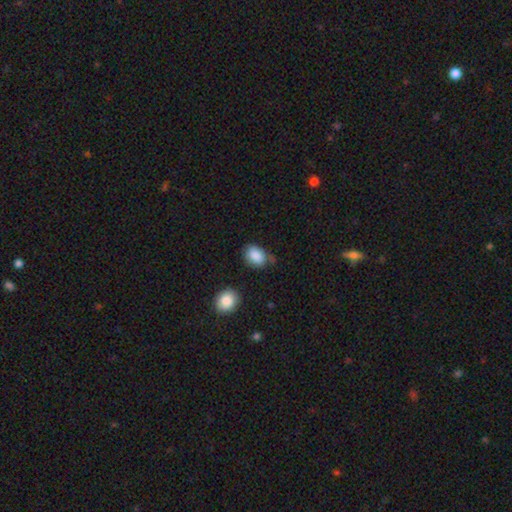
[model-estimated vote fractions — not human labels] This appears to be a smooth galaxy with no disk features (88%) that is in between round and cigar-shaped (80%). Merging: none (62%).